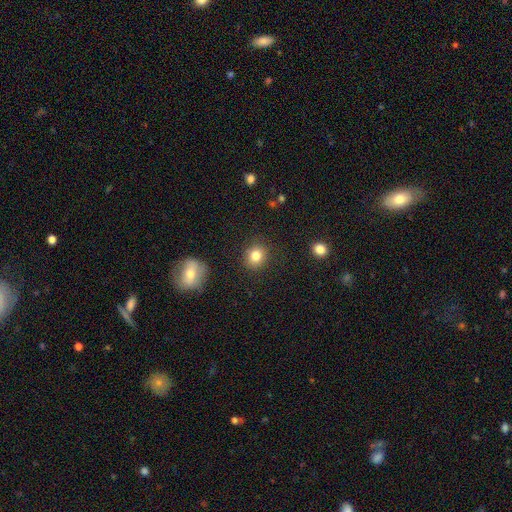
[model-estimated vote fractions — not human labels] A smooth galaxy with no disk features (83%) that is round (76%).

Vote fractions:
- Smooth or featured? smooth: 83% / star or artifact: 10% / featured or disk: 7%
- How rounded? round: 76% / in between: 23% / cigar-shaped: 1%
- Merging? none: 88% / minor disturbance: 8% / major disturbance: 3% / merger: 2%